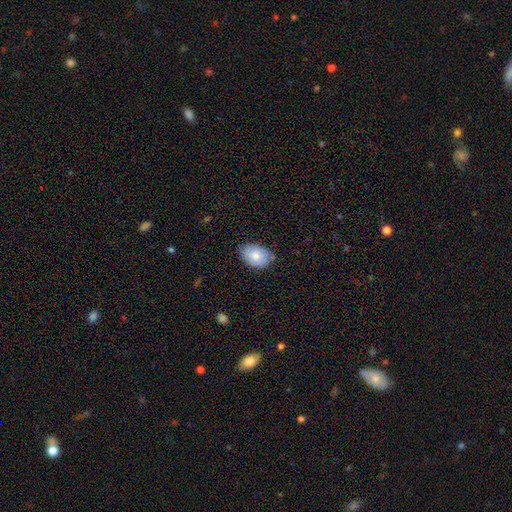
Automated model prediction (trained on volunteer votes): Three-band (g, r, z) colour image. It shows a smooth galaxy with no disk features (80%) that is in between round and cigar-shaped (87%). Merging: none (72%).